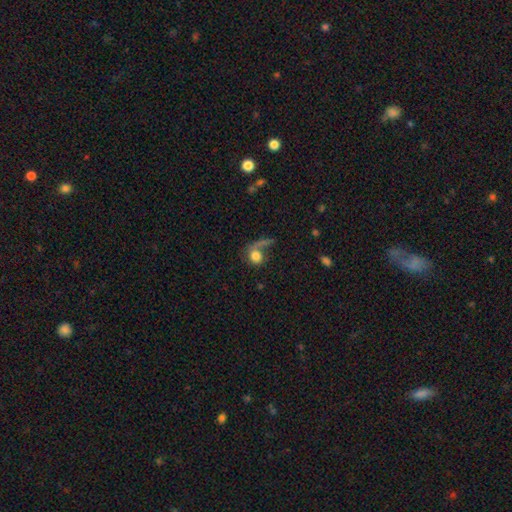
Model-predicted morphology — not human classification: type=smooth (72%); roundness=round (74%); merging=none (37%).